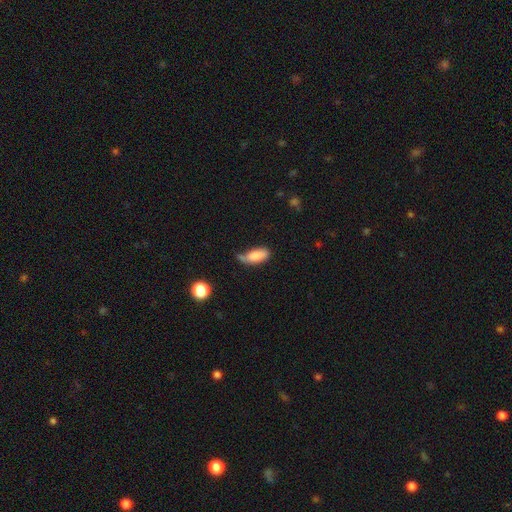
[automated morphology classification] This appears to be a smooth galaxy with no disk features (82%) that is in between round and cigar-shaped (84%). Merging: none (38%).